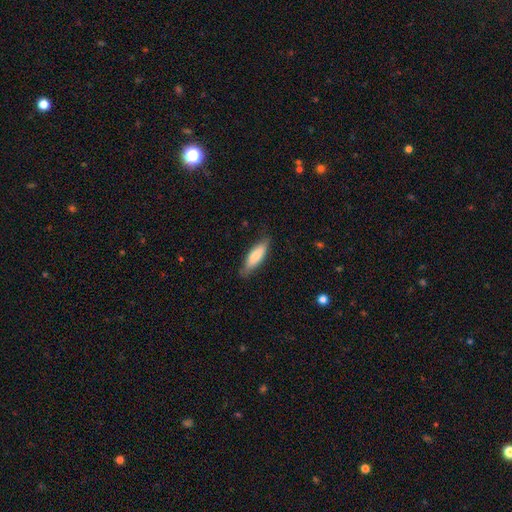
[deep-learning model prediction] Overall: smooth (77%). How rounded: cigar-shaped (54%; in between 45%). Merging: none (79%).